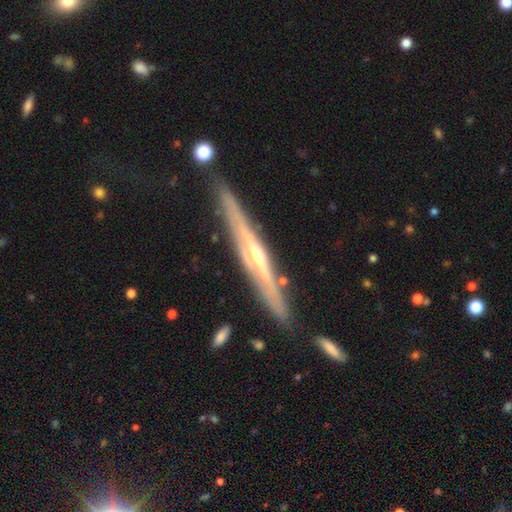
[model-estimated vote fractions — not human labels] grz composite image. It shows a featured or disk galaxy (80%) viewed edge-on (96%) with a rounded central bulge (67%). Merging: none (84%).